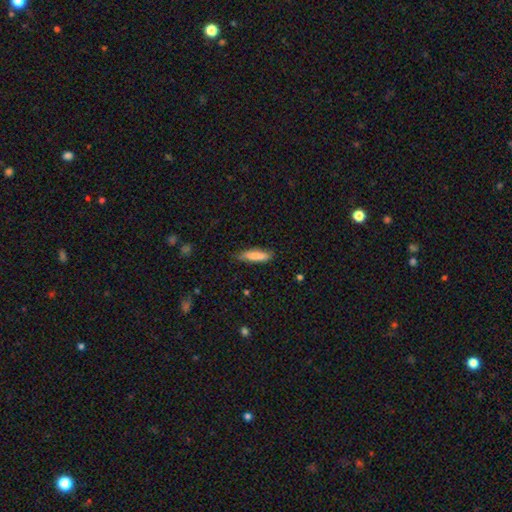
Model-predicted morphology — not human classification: smooth-or-featured: smooth: 83% | featured or disk: 11% | star or artifact: 6%
  how-rounded: cigar-shaped: 71% | in between: 28% | round: 1%
  merging: none: 77% | minor disturbance: 19% | major disturbance: 3% | merger: 1%